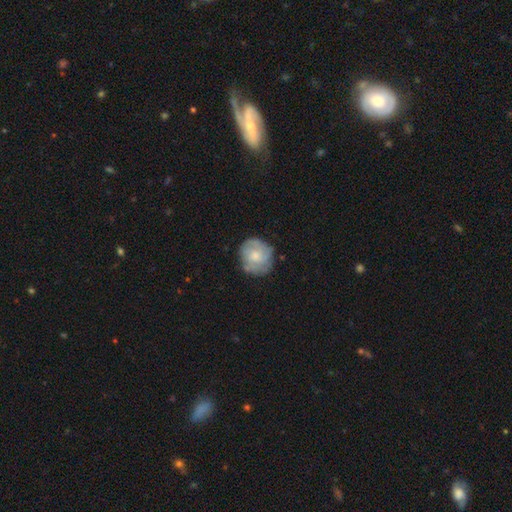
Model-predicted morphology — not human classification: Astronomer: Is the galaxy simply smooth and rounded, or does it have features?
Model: featured or disk — 49% (runner-up: smooth, 45%).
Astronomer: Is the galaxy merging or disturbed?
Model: none — 73%.